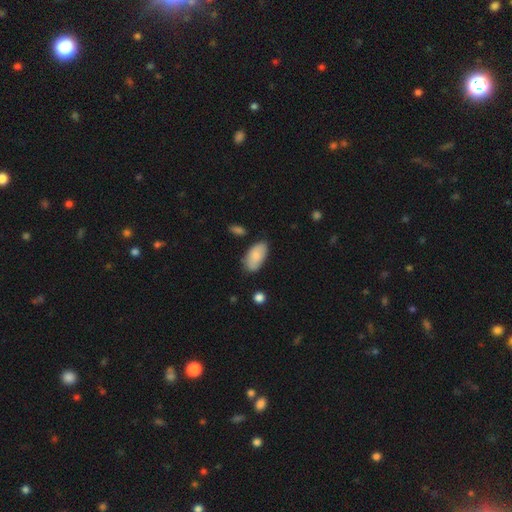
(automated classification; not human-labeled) This is clearly a smooth galaxy (82%). How rounded: clearly in between (95%). Merging: likely none (72%).